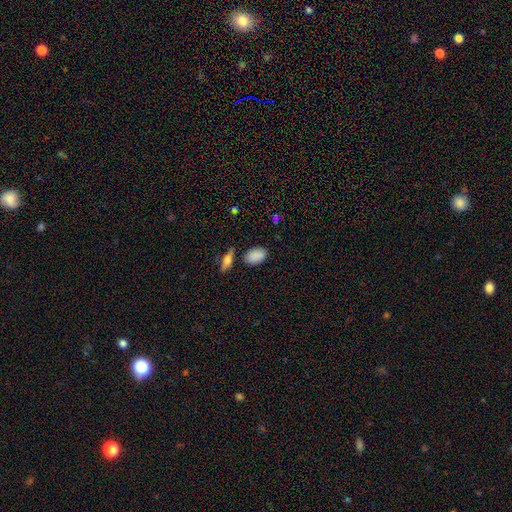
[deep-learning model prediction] A smooth galaxy with no disk features (87%) that is in between round and cigar-shaped (85%).

Vote fractions:
- Smooth or featured? smooth: 87% / star or artifact: 8% / featured or disk: 5%
- How rounded? in between: 85% / round: 13% / cigar-shaped: 2%
- Merging? none: 77% / minor disturbance: 14% / merger: 5% / major disturbance: 3%